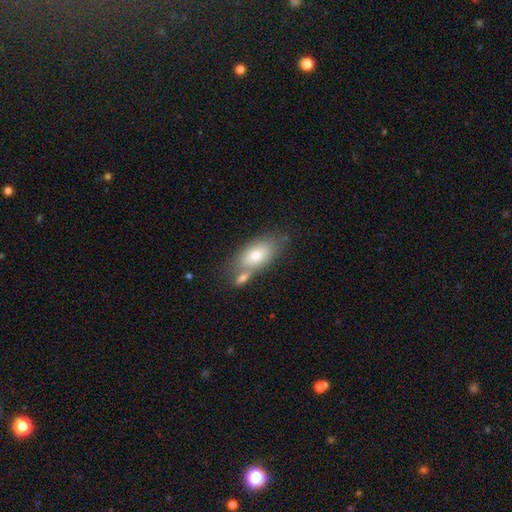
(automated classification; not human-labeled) smooth_or_featured: smooth (p=0.73) [alt: featured or disk p=0.19]
how_rounded: in between (p=0.88) [alt: cigar-shaped p=0.07]
merging: none (p=0.52) [alt: merger p=0.27]